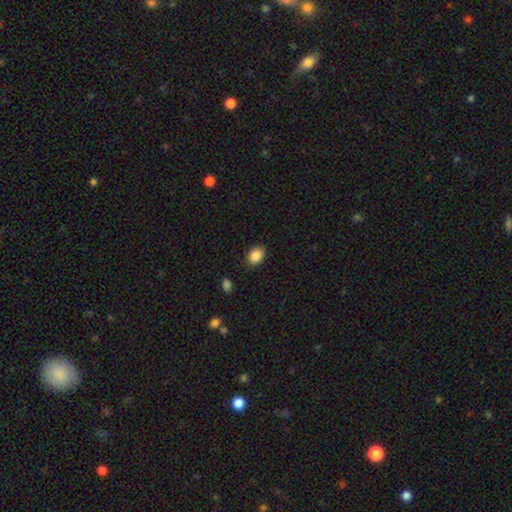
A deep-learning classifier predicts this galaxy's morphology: smooth-or-featured: smooth: 87% | star or artifact: 8% | featured or disk: 5%
  how-rounded: in between: 65% | round: 34% | cigar-shaped: 1%
  merging: none: 84% | minor disturbance: 12% | major disturbance: 3% | merger: 1%